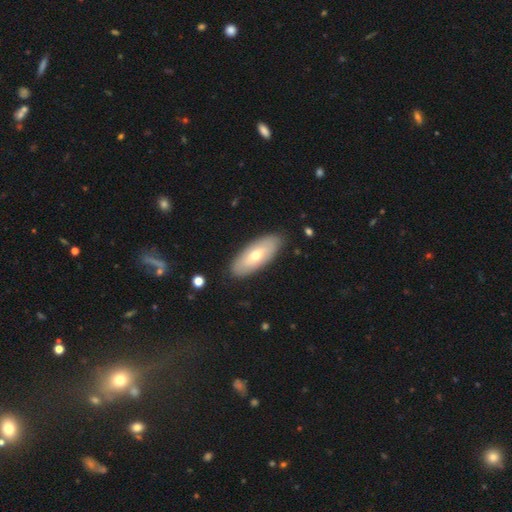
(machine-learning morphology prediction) Smooth or featured? smooth (58%)
How rounded? in between (81%)
Merging? none (87%)